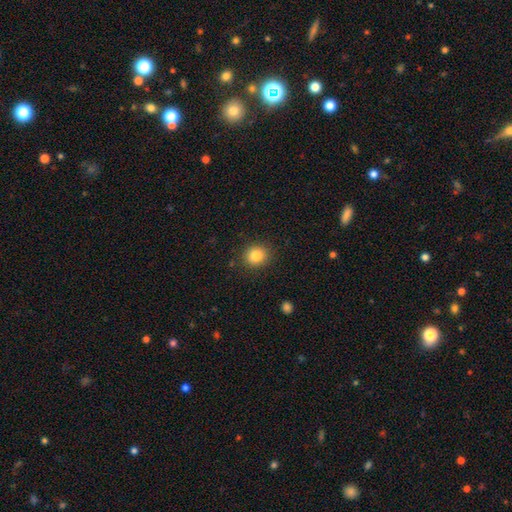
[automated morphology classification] The model was most divided on "how rounded": round: 81%, in between: 18%, cigar-shaped: 1%. More confident: merging — none (89%); smooth or featured — smooth (84%).